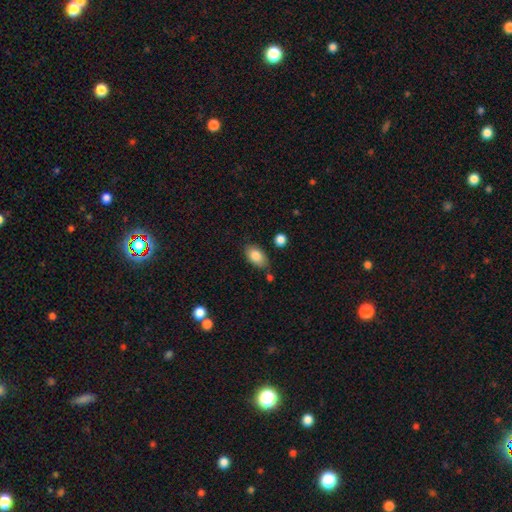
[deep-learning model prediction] A smooth galaxy with no disk features (85%) that is in between round and cigar-shaped (91%). Merging: none (74%).